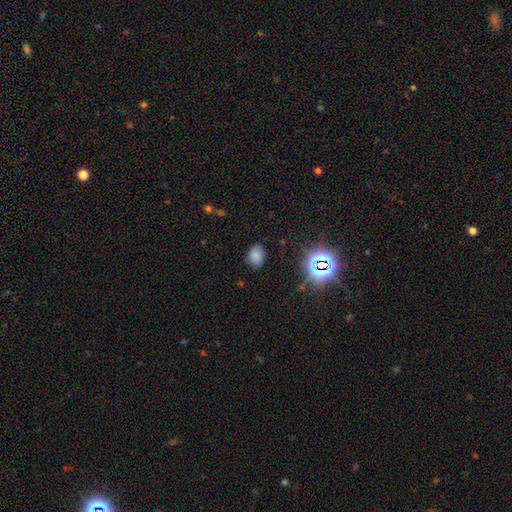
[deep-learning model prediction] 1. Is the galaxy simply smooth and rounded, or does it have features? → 75% smooth, 18% star or artifact, 7% featured or disk.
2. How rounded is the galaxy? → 72% in between, 27% round, 1% cigar-shaped.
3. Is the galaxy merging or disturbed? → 80% none, 15% minor disturbance, 3% major disturbance, 1% merger.